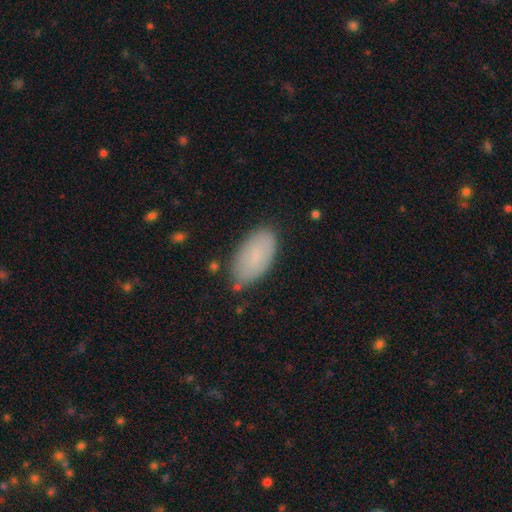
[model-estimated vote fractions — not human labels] smooth-or-featured: smooth: 83% | featured or disk: 10% | star or artifact: 7%
  how-rounded: in between: 95% | cigar-shaped: 3% | round: 2%
  merging: none: 80% | minor disturbance: 15% | major disturbance: 3% | merger: 2%